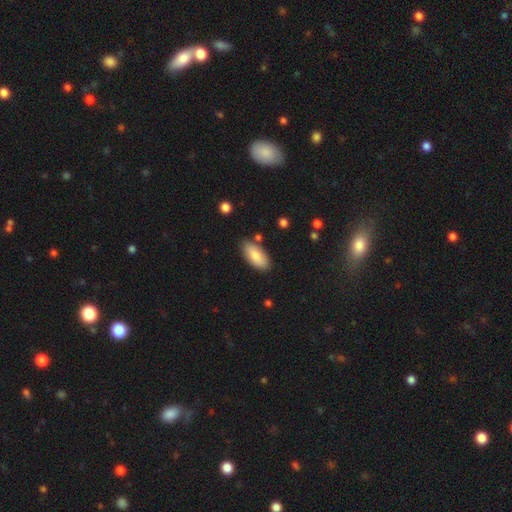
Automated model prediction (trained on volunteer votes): smooth 82%, featured or disk 12%, star or artifact 6%. Down the decision tree: how rounded — in between (88%); merging — none (82%).